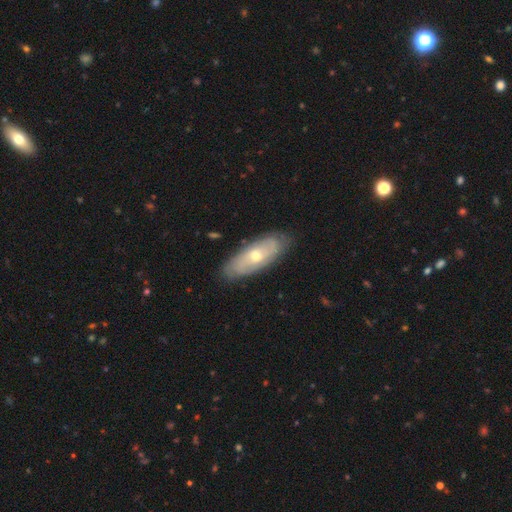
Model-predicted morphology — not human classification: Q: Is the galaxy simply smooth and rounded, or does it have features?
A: featured or disk — 60%.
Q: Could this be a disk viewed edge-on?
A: no — 80%.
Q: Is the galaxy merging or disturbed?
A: none — 83%.